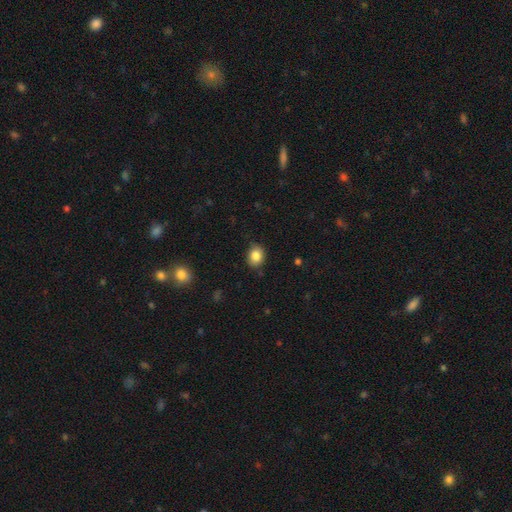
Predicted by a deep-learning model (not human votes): Smooth or featured? Predicted: smooth (p=0.85). How rounded? Predicted: round (p=0.54). Merging? Predicted: none (p=0.82).